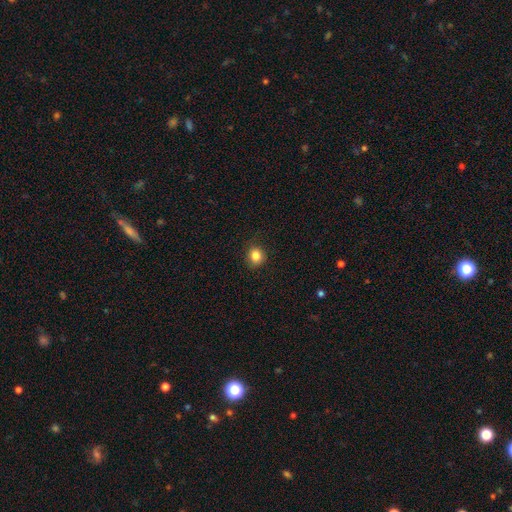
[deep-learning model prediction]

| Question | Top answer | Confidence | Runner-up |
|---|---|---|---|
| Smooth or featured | smooth | 84% | star or artifact (11%) |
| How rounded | round | 84% | in between (15%) |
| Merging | none | 88% | minor disturbance (8%) |